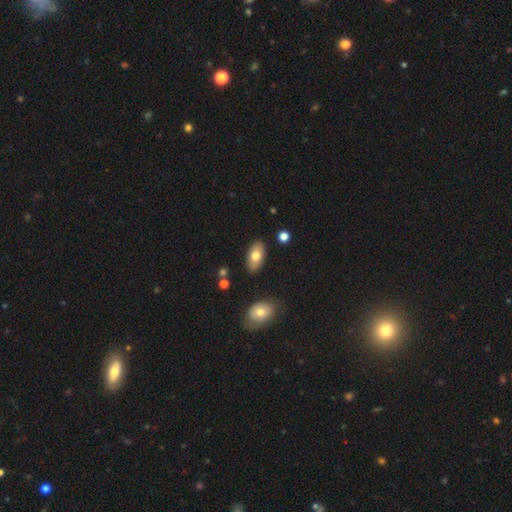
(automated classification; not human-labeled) Smooth or featured: smooth — 75% (featured or disk — 18%)
How rounded: in between — 93% (round — 4%)
Merging: none — 86% (minor disturbance — 10%)